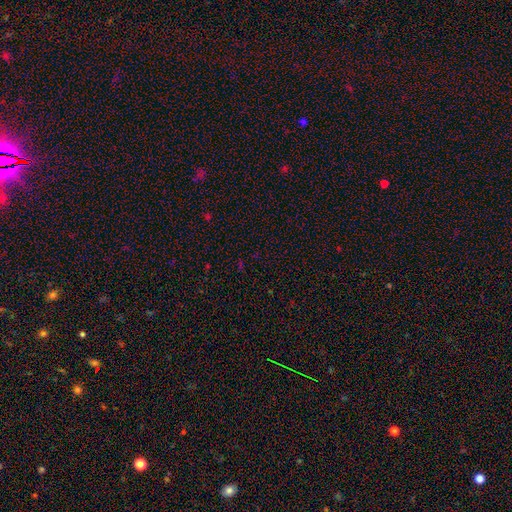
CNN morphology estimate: Smooth or featured? star or artifact (66%)